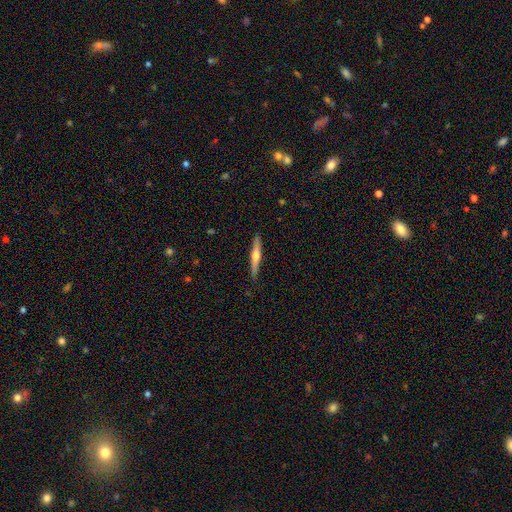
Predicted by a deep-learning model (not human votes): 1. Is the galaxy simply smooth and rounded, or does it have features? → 59% featured or disk, 36% smooth, 5% star or artifact.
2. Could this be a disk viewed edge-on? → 97% yes, 3% no.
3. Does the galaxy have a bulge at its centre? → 90% rounded, 7% none, 3% boxy.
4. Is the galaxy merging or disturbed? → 89% none, 8% minor disturbance, 1% major disturbance, 1% merger.